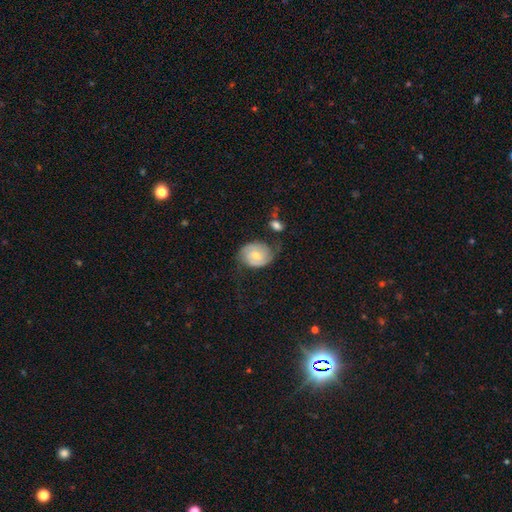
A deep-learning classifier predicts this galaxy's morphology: featured or disk 58%, smooth 35%, star or artifact 7%. Down the decision tree: edge-on disk — no (97%); bar — no (57%); spiral arms — yes (87%); bulge size — moderate (53%); merging — none (57%).